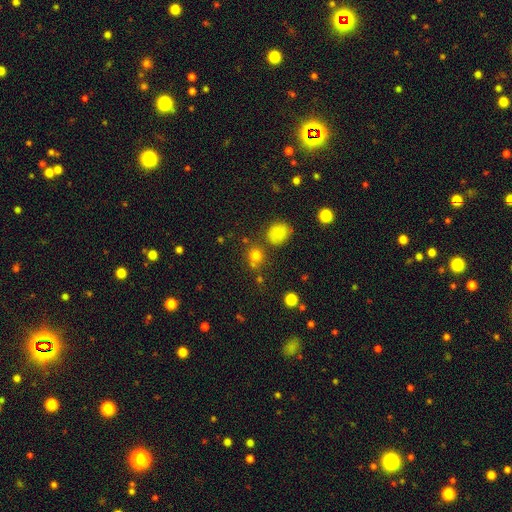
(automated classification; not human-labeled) Overall: smooth (75%). How rounded: round (85%). Merging: none (69%).